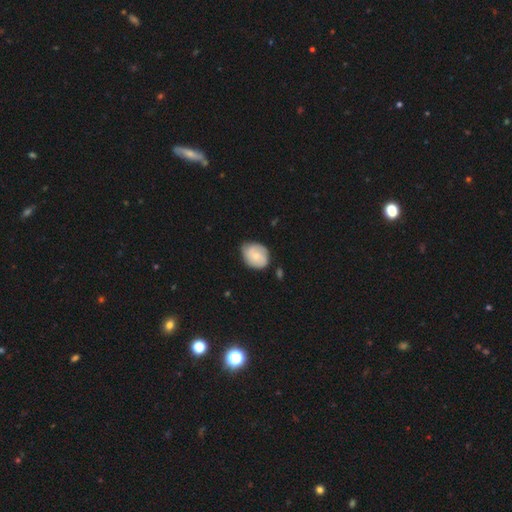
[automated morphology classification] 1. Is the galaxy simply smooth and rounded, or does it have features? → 62% smooth, 31% featured or disk, 6% star or artifact.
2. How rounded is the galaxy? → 52% in between, 47% round, 1% cigar-shaped.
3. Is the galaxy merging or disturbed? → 63% none, 29% minor disturbance, 5% major disturbance, 3% merger.